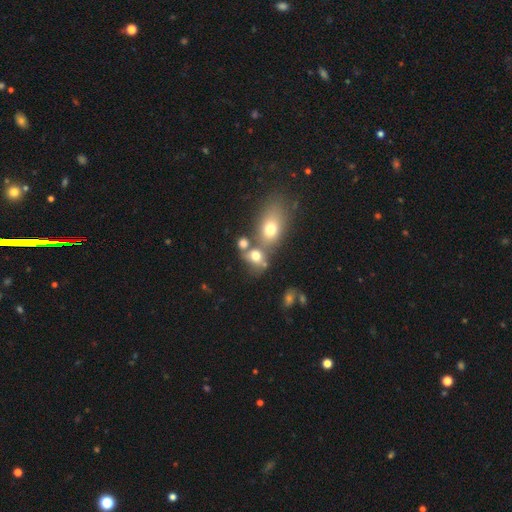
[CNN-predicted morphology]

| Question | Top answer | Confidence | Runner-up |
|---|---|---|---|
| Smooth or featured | smooth | 67% | featured or disk (18%) |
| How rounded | in between | 56% | round (42%) |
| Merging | merger | 50% | none (31%) |